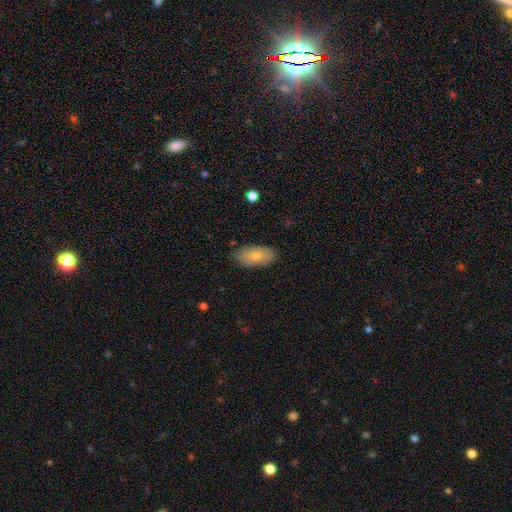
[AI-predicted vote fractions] The model was most divided on "smooth or featured": smooth: 74%, featured or disk: 20%, star or artifact: 7%. More confident: how rounded — in between (93%); merging — none (81%).